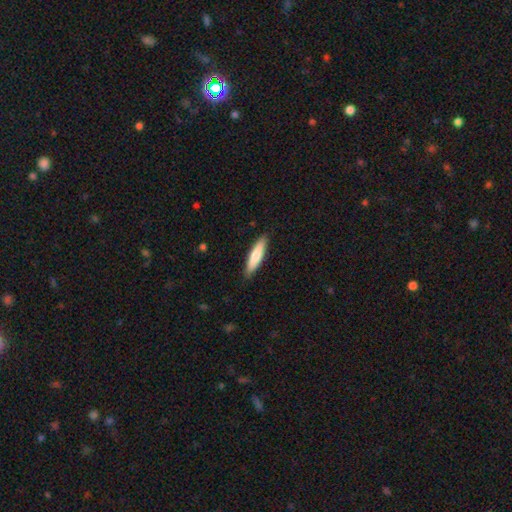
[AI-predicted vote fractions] smooth 78%, featured or disk 17%, star or artifact 5%. Down the decision tree: how rounded — cigar-shaped (75%); merging — none (88%).